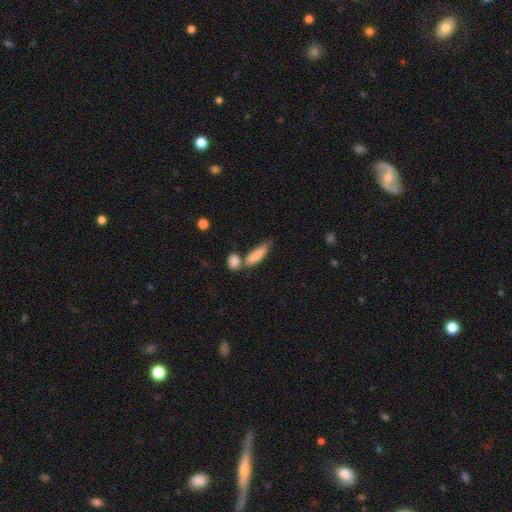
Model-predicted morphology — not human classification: Smooth or featured?
  - smooth: 83% *
  - featured or disk: 11%
  - star or artifact: 6%
How rounded?
  - in between: 49% *
  - cigar-shaped: 48%
  - round: 3%
Merging?
  - none: 49% *
  - merger: 29%
  - minor disturbance: 17%
  - major disturbance: 5%